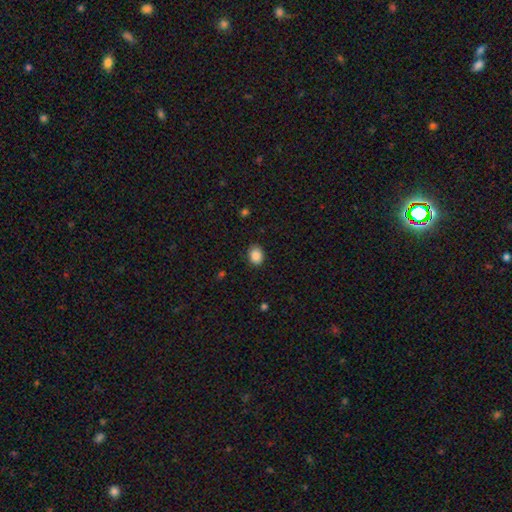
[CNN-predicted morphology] This is clearly a smooth galaxy (88%). How rounded: possibly in between (58%). Merging: clearly none (85%).